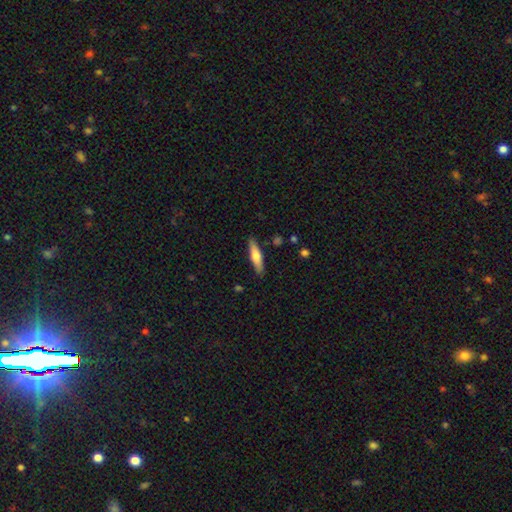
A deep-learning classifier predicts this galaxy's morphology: The model was most divided on "smooth or featured": smooth: 57%, featured or disk: 37%, star or artifact: 6%. More confident: merging — none (88%); how rounded — cigar-shaped (77%).